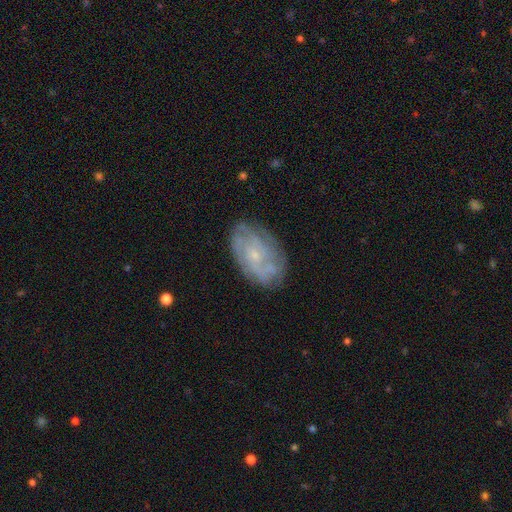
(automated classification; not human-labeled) Morphology: type=featured or disk (68%); edge-on=no (95%); bar=no (78%); spiral arms=yes (80%); winding=tight (59%); arm count=can't tell (54%); bulge=small (76%); merging=none (76%).